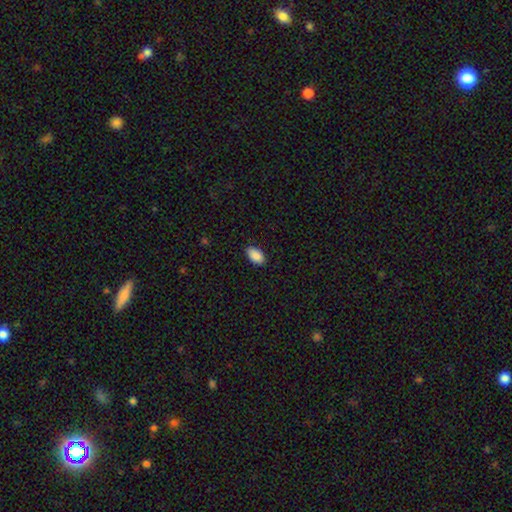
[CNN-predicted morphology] A smooth galaxy with no disk features (90%) that is in between round and cigar-shaped (95%). Merging: none (87%).